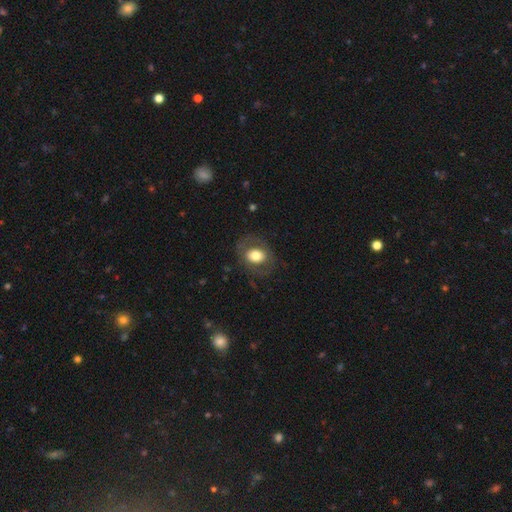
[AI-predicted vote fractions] Smooth or featured? smooth (62%)
How rounded? in between (54%)
Merging? none (76%)